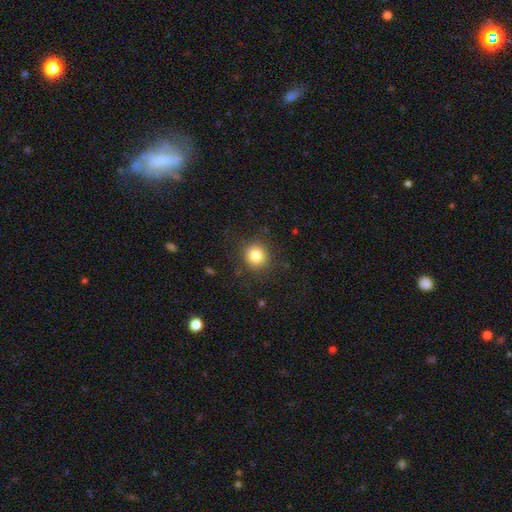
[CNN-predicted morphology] A smooth galaxy with no disk features (81%) that is round (89%).

Vote fractions:
- Smooth or featured? smooth: 81% / star or artifact: 12% / featured or disk: 7%
- How rounded? round: 89% / in between: 10% / cigar-shaped: 1%
- Merging? none: 87% / minor disturbance: 8% / major disturbance: 3% / merger: 1%